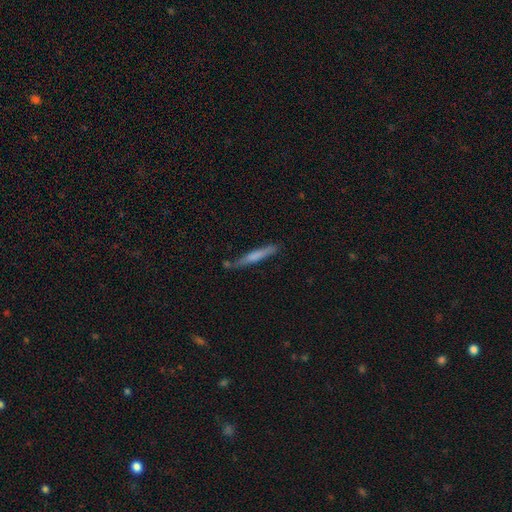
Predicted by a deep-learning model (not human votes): The model was most divided on "smooth or featured": smooth: 61%, featured or disk: 34%, star or artifact: 6%. More confident: how rounded — cigar-shaped (95%); merging — none (72%).